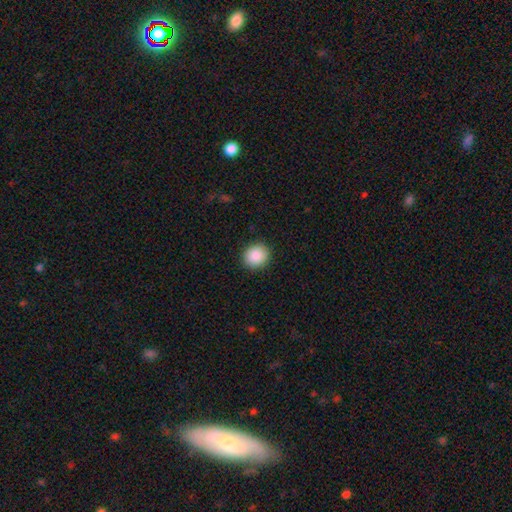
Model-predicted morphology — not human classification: smooth 89%, star or artifact 8%, featured or disk 3%. Down the decision tree: how rounded — round (81%); merging — none (90%).